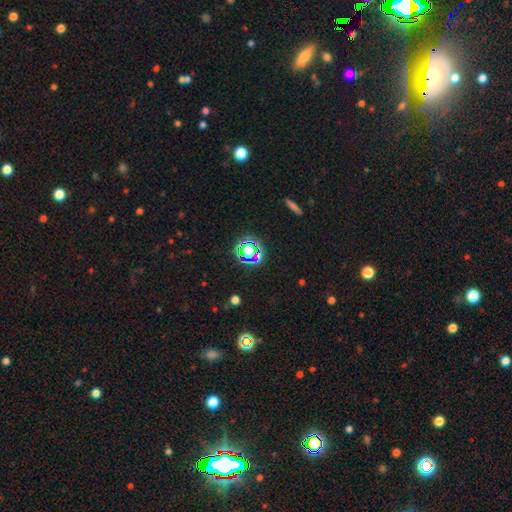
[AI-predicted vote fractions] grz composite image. It shows a star or artifact, not a galaxy (56%).